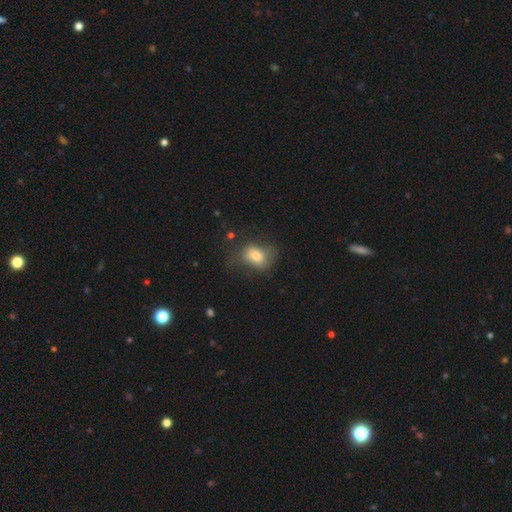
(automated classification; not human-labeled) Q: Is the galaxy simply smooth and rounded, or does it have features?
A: smooth — 76%.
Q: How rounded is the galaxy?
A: in between — 68%.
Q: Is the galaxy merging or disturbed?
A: none — 51%.